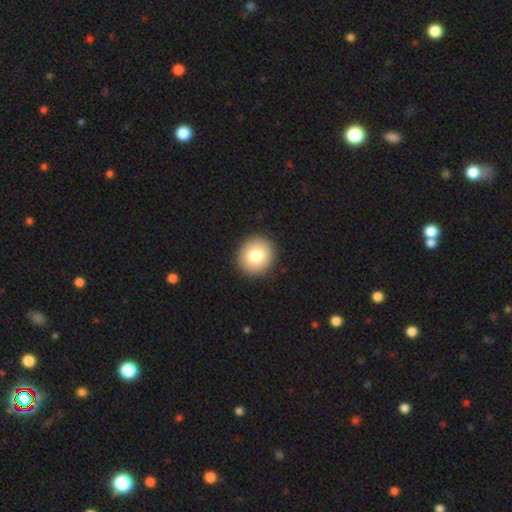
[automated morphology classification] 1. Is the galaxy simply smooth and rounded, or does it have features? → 79% smooth, 12% featured or disk, 9% star or artifact.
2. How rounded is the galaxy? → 89% round, 10% in between, 1% cigar-shaped.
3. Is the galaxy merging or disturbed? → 92% none, 5% minor disturbance, 2% major disturbance, 1% merger.